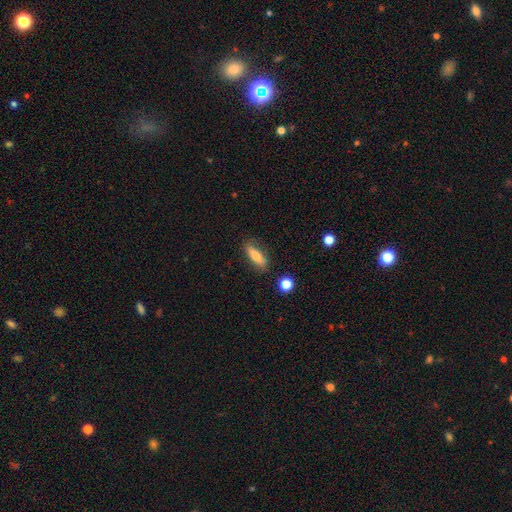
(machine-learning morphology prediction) Smooth or featured: smooth — 68% (featured or disk — 24%)
How rounded: cigar-shaped — 50% (in between — 47%)
Merging: none — 80% (minor disturbance — 14%)